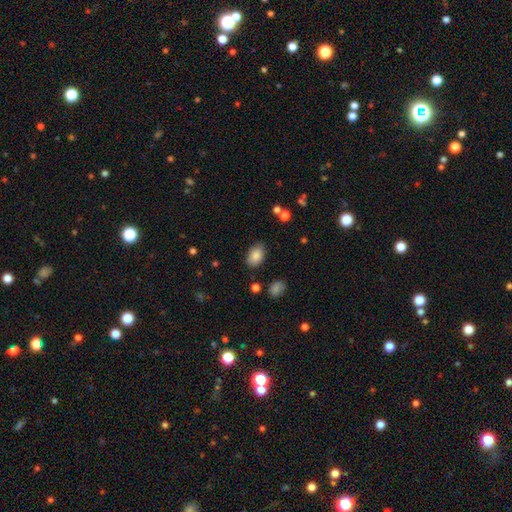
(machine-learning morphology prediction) Smooth or featured?
  - smooth: 86% *
  - star or artifact: 8%
  - featured or disk: 6%
How rounded?
  - in between: 87% *
  - round: 12%
  - cigar-shaped: 1%
Merging?
  - none: 83% *
  - minor disturbance: 12%
  - major disturbance: 3%
  - merger: 2%